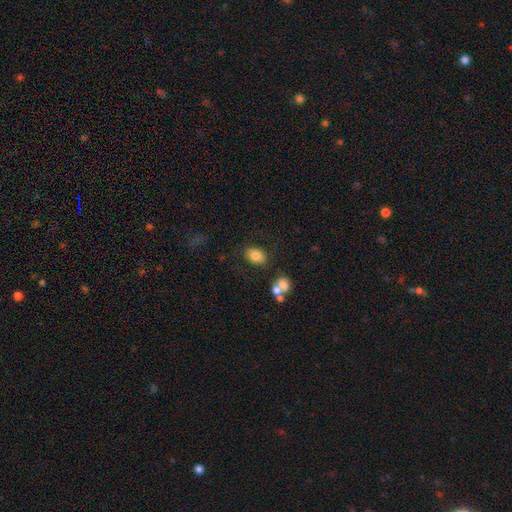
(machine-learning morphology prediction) Smooth or featured? smooth (77%)
How rounded? in between (74%)
Merging? none (75%)